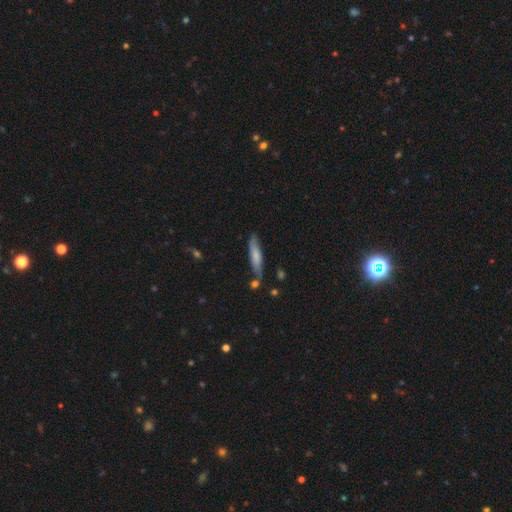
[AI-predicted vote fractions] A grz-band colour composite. It shows a smooth galaxy with no disk features (67%) that is cigar-shaped (81%). Merging: none (71%).